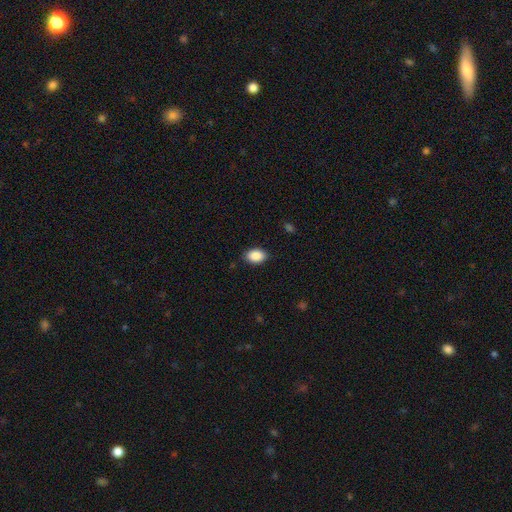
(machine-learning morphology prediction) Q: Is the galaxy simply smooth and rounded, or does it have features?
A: smooth — 89%.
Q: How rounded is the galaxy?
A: in between — 87%.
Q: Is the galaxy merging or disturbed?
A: none — 86%.